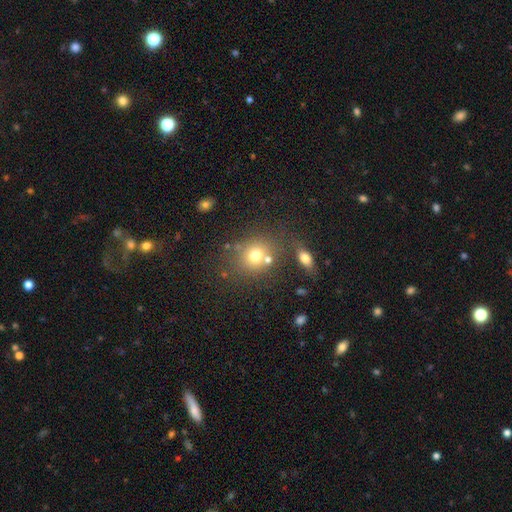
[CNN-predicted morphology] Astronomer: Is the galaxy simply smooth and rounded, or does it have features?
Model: smooth — 71%.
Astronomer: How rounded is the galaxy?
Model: round — 73%.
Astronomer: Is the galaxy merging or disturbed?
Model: none — 62%.